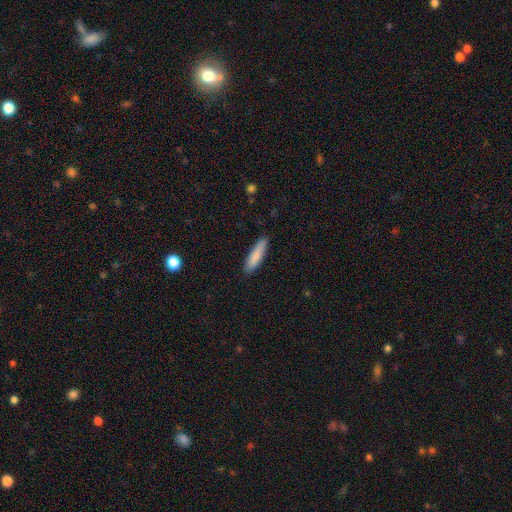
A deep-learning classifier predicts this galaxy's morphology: smooth_or_featured: smooth (p=0.86) [alt: featured or disk p=0.09]
how_rounded: cigar-shaped (p=0.75) [alt: in between p=0.24]
merging: none (p=0.88) [alt: minor disturbance p=0.09]